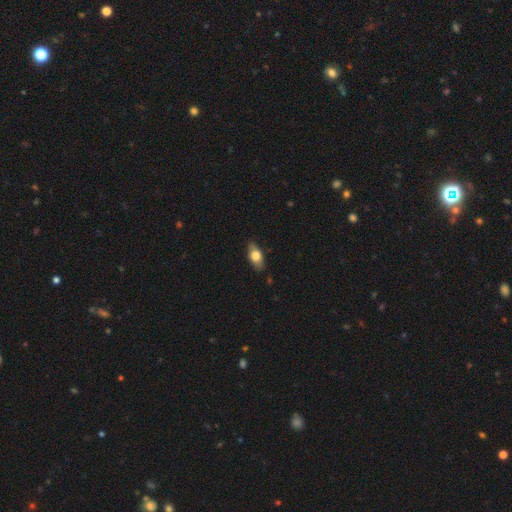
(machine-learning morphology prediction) This is likely a smooth galaxy (68%). How rounded: clearly in between (84%). Merging: clearly none (83%).